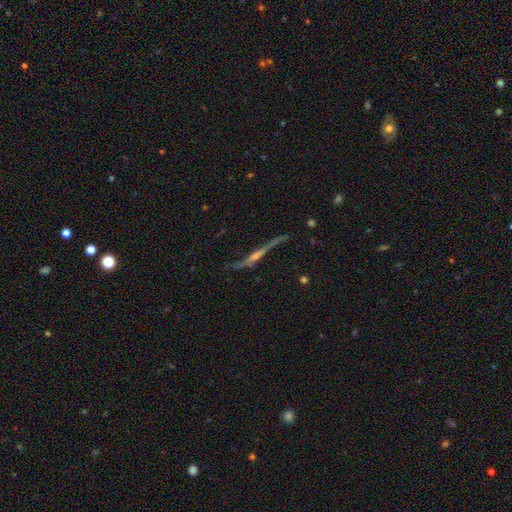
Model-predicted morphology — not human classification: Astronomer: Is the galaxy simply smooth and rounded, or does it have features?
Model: featured or disk — 76%.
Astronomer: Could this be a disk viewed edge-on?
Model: yes — 88%.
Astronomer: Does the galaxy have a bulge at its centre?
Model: rounded — 52% (runner-up: none, 34%).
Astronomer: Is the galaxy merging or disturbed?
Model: none — 61%.